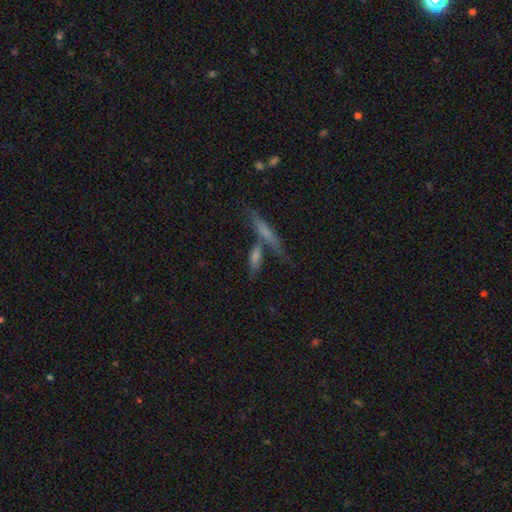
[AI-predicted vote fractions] Smooth or featured: smooth — 55% (featured or disk — 35%)
How rounded: cigar-shaped — 71% (in between — 24%)
Merging: none — 51% (merger — 33%)